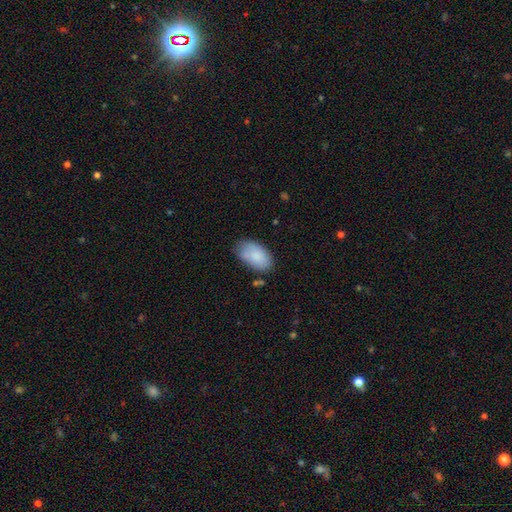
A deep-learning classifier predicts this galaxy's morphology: Q: Smooth or featured?
A: smooth (86%); runner-up: featured or disk (8%)
Q: How rounded?
A: in between (94%); runner-up: round (4%)
Q: Merging?
A: none (71%); runner-up: minor disturbance (21%)